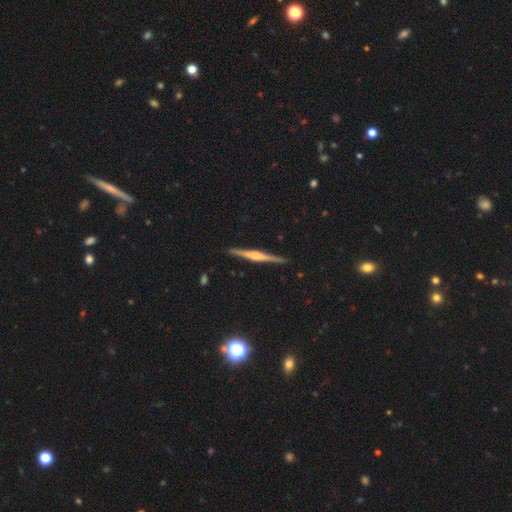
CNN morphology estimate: Smooth or featured? featured or disk (75%)
Edge-on disk? yes (98%)
Edge-on bulge? rounded (67%)
Merging? none (91%)